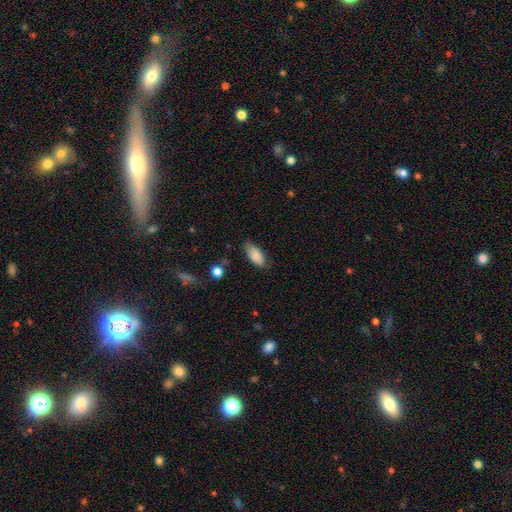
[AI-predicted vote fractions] A smooth galaxy with no disk features (84%) that is in between round and cigar-shaped (88%). Merging: none (71%).